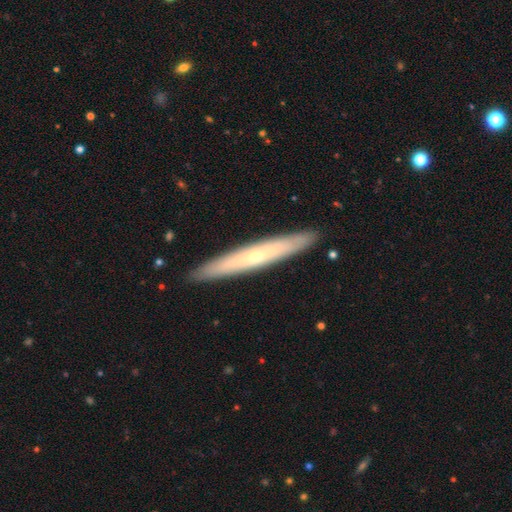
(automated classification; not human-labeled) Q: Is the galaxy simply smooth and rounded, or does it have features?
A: featured or disk — 59%.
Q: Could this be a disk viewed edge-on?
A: yes — 88%.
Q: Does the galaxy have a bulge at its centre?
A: rounded — 62%.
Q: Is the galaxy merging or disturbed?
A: none — 91%.